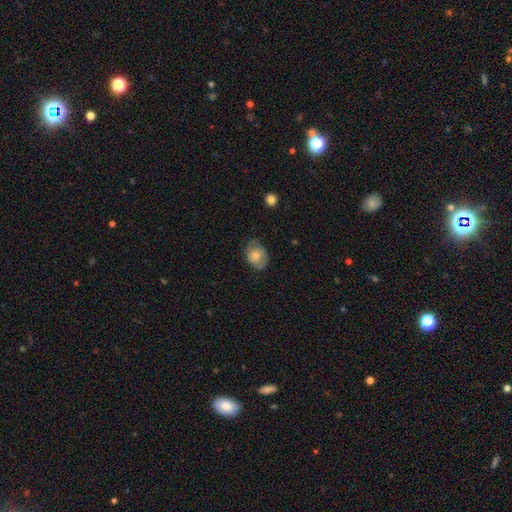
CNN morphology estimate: Smooth or featured?
  - smooth: 66% *
  - featured or disk: 27%
  - star or artifact: 7%
How rounded?
  - in between: 60% *
  - round: 39%
  - cigar-shaped: 1%
Merging?
  - none: 60% *
  - minor disturbance: 29%
  - major disturbance: 10%
  - merger: 1%